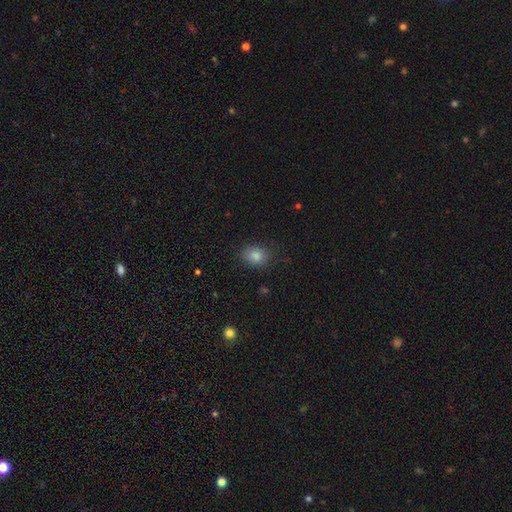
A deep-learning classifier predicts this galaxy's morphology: A smooth galaxy with no disk features (85%) that is in between round and cigar-shaped (53%). Merging: none (83%).